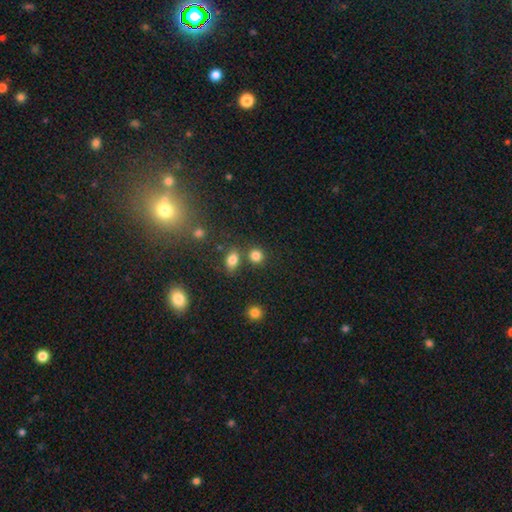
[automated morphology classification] A smooth galaxy with no disk features (82%) that is round (79%).

Vote fractions:
- Smooth or featured? smooth: 82% / star or artifact: 13% / featured or disk: 6%
- How rounded? round: 79% / in between: 20% / cigar-shaped: 1%
- Merging? none: 72% / merger: 16% / minor disturbance: 9% / major disturbance: 4%